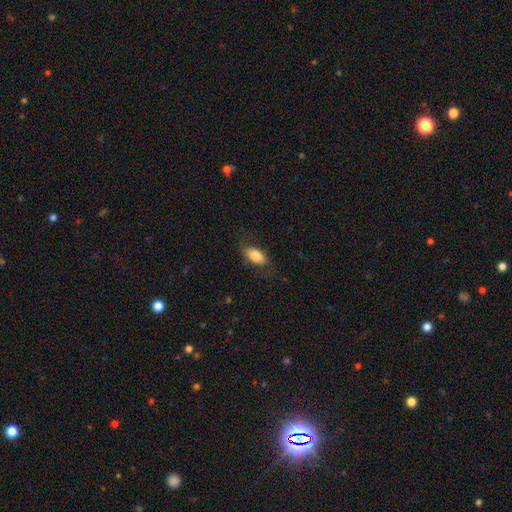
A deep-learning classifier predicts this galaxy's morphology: A smooth galaxy with no disk features (77%) that is in between round and cigar-shaped (89%). Merging: none (71%).